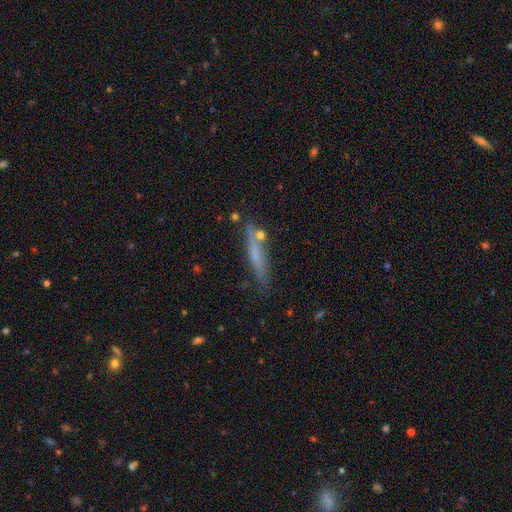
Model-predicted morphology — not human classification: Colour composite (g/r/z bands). It shows a smooth galaxy with no disk features (56%) that is cigar-shaped (91%). Merging: none (72%).